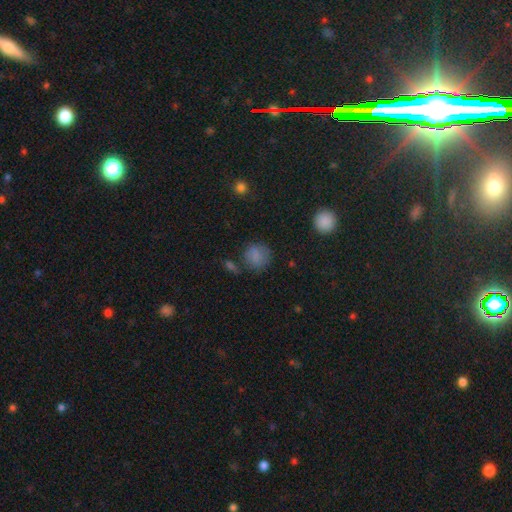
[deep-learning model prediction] This appears to be a smooth galaxy with no disk features (80%) that is round (83%). Merging: none (69%).